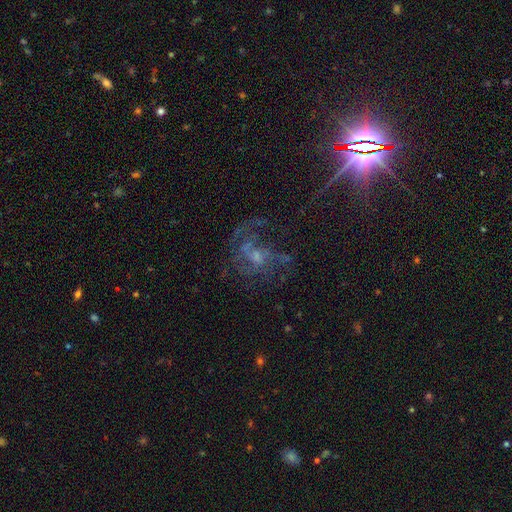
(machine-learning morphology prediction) A featured or disk galaxy (67%) with no bar (64%), spiral arms (71%) and a small central bulge (47%). Merging: none (44%).